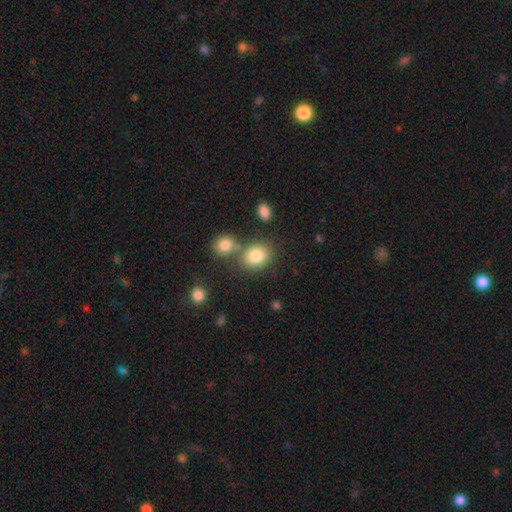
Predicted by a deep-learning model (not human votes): smooth-or-featured: smooth: 82% | star or artifact: 10% | featured or disk: 8%
  how-rounded: round: 55% | in between: 44% | cigar-shaped: 1%
  merging: none: 62% | merger: 22% | minor disturbance: 11% | major disturbance: 4%